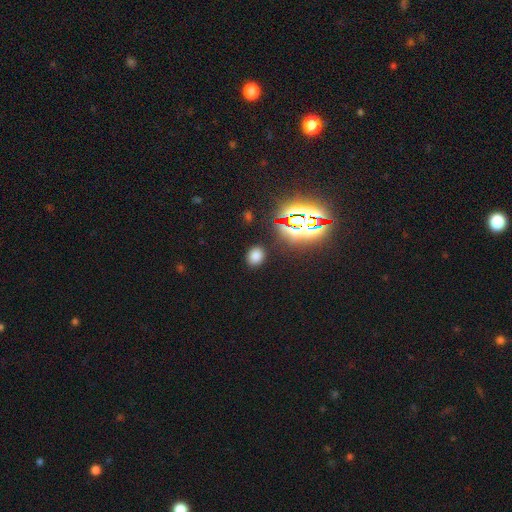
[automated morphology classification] Smooth or featured? smooth (69%)
How rounded? round (55%)
Merging? none (87%)